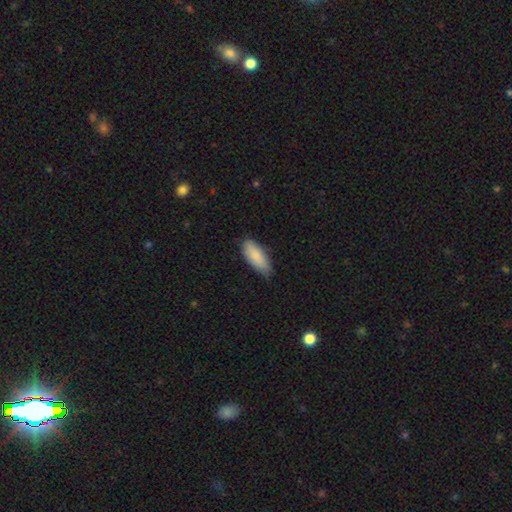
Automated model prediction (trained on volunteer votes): A smooth galaxy with no disk features (86%) that is in between round and cigar-shaped (79%). Merging: none (69%).